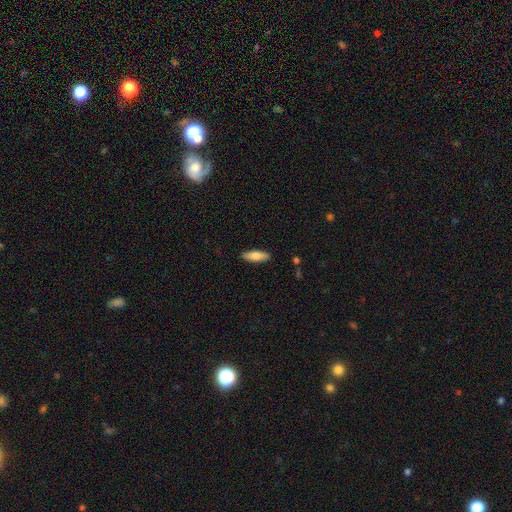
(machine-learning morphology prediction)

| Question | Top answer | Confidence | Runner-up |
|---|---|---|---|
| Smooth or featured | smooth | 77% | featured or disk (18%) |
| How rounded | in between | 51% | cigar-shaped (47%) |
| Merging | none | 89% | minor disturbance (8%) |